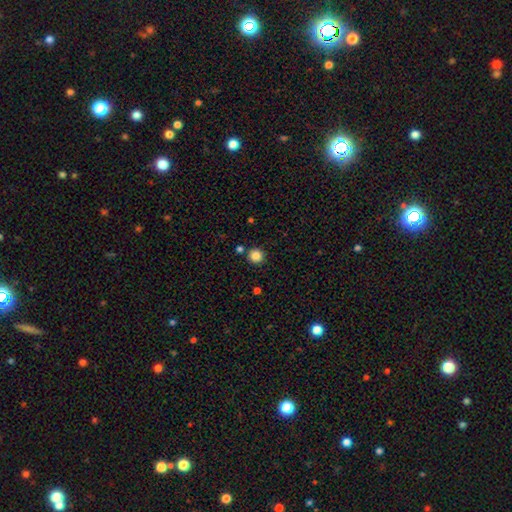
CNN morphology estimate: This is clearly a smooth galaxy (85%). How rounded: clearly round (94%). Merging: clearly none (88%).